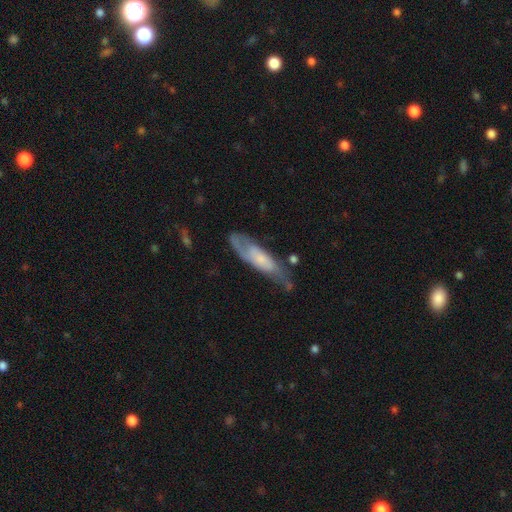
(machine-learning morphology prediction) A featured or disk galaxy (62%).

Vote fractions:
- Smooth or featured? featured or disk: 62% / smooth: 30% / star or artifact: 8%
- Edge-on disk? no: 69% / yes: 31%
- Merging? none: 60% / minor disturbance: 25% / major disturbance: 11% / merger: 4%